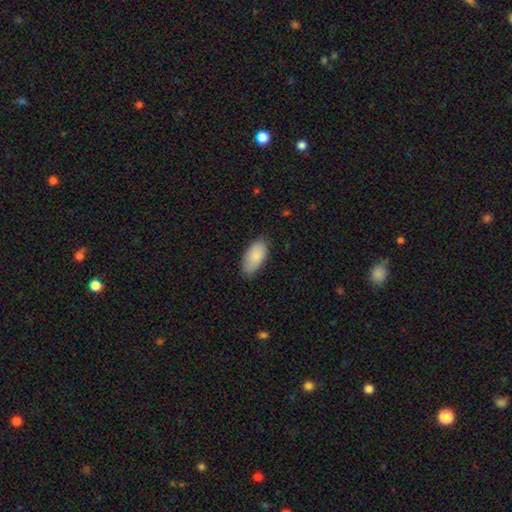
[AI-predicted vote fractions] Q: Smooth or featured?
A: smooth (85%); runner-up: featured or disk (9%)
Q: How rounded?
A: in between (93%); runner-up: cigar-shaped (4%)
Q: Merging?
A: none (76%); runner-up: minor disturbance (20%)